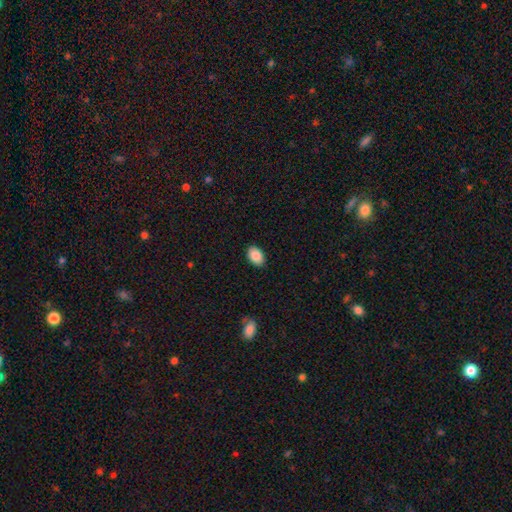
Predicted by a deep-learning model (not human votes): A smooth galaxy with no disk features (89%) that is in between round and cigar-shaped (86%).

Vote fractions:
- Smooth or featured? smooth: 89% / star or artifact: 7% / featured or disk: 4%
- How rounded? in between: 86% / round: 13% / cigar-shaped: 1%
- Merging? none: 88% / minor disturbance: 9% / major disturbance: 2% / merger: 1%